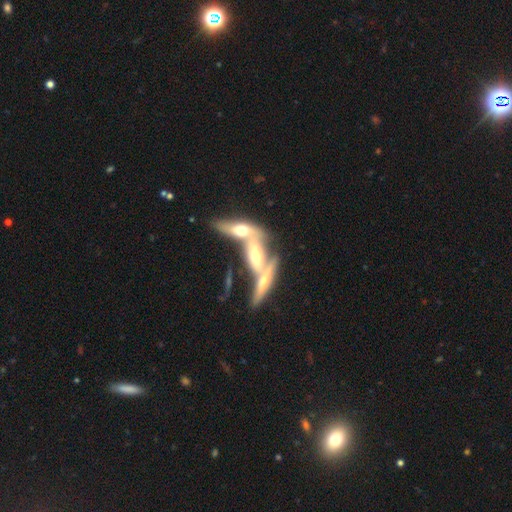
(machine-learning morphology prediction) Q: Smooth or featured?
A: featured or disk (70%); runner-up: smooth (20%)
Q: Edge-on disk?
A: yes (60%); runner-up: no (40%)
Q: Merging?
A: merger (66%); runner-up: none (20%)